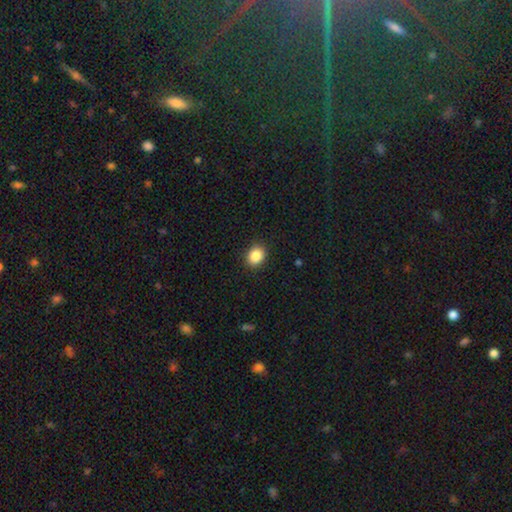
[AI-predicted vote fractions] This is clearly a smooth galaxy (86%). How rounded: possibly round (56%). Merging: clearly none (89%).